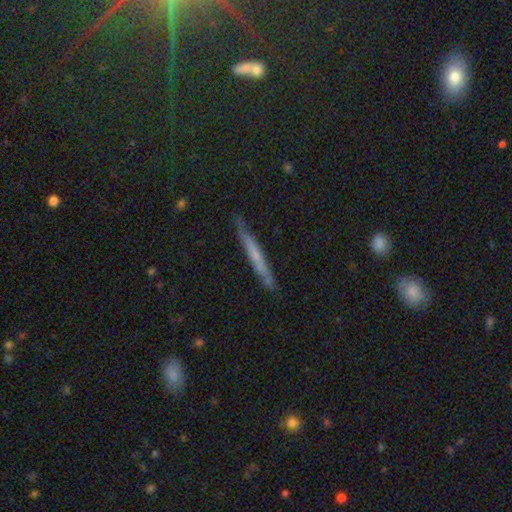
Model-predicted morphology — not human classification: This is marginally a smooth galaxy (45%). Merging: clearly none (84%).